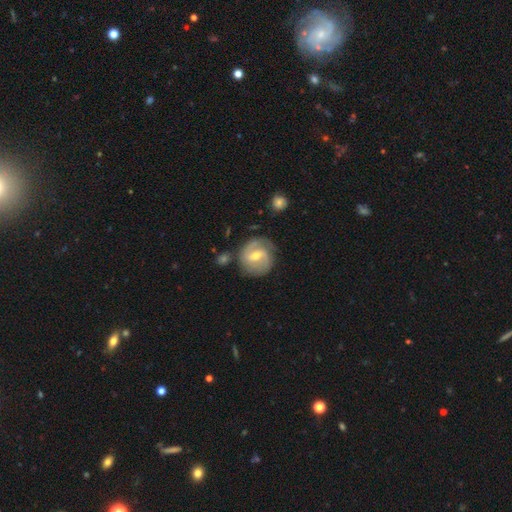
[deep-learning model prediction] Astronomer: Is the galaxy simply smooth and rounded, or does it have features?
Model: featured or disk — 81%.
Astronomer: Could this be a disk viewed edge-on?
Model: no — 98%.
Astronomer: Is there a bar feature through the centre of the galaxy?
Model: weak — 56%.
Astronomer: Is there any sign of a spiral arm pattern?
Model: yes — 94%.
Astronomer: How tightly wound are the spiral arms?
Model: medium — 48% (runner-up: tight, 35%).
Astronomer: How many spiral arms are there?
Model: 2 — 81%.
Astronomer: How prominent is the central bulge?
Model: moderate — 56% (runner-up: small, 41%).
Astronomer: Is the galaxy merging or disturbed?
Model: none — 74%.